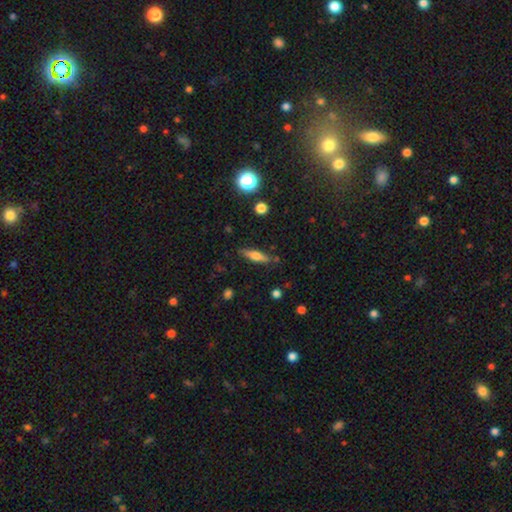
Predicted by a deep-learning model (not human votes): This is possibly a smooth galaxy (48%). Merging: clearly none (82%).